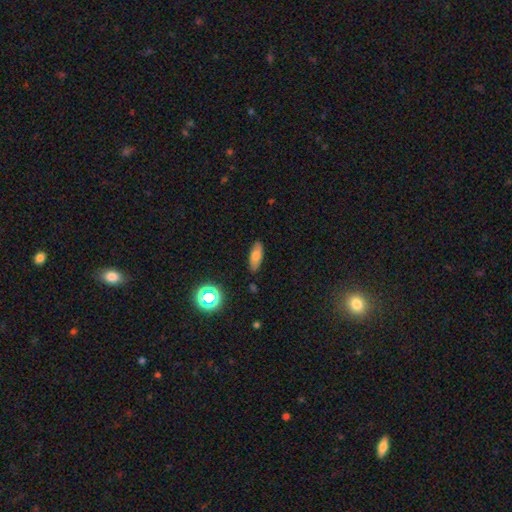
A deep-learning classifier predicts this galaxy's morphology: Q: Smooth or featured?
A: smooth (72%); runner-up: featured or disk (16%)
Q: How rounded?
A: in between (76%); runner-up: cigar-shaped (20%)
Q: Merging?
A: none (84%); runner-up: minor disturbance (12%)